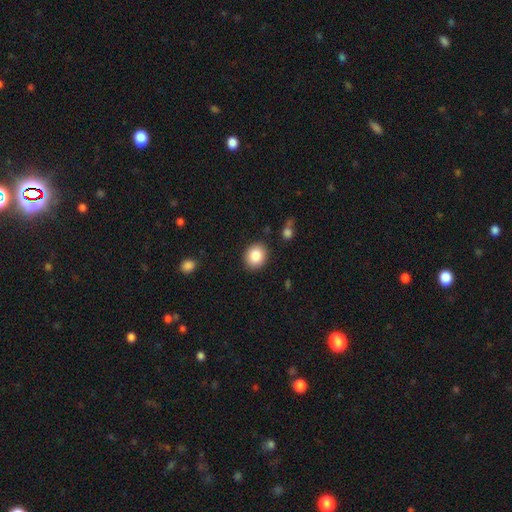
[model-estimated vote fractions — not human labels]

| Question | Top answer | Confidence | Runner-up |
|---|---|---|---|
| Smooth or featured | smooth | 85% | star or artifact (9%) |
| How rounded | round | 65% | in between (35%) |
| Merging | none | 88% | minor disturbance (8%) |